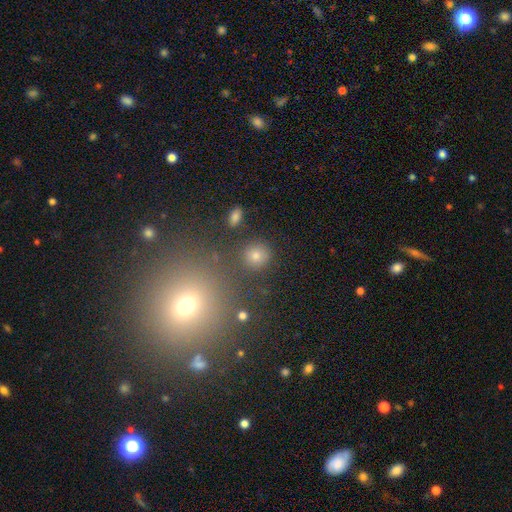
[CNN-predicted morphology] This is likely a smooth galaxy (75%). How rounded: clearly round (89%). Merging: clearly none (86%).